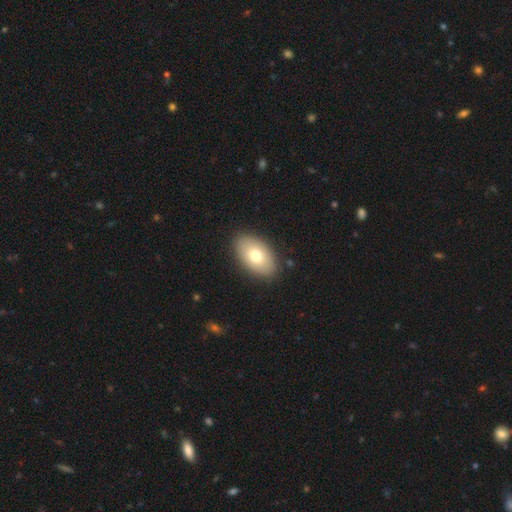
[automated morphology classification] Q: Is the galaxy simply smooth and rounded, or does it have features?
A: smooth — 74%.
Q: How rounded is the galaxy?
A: in between — 93%.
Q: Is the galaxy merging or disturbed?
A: none — 88%.